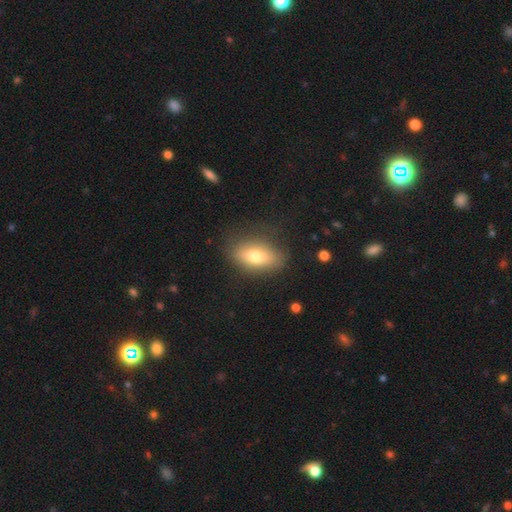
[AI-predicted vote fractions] smooth 71%, featured or disk 20%, star or artifact 8%. Down the decision tree: how rounded — in between (84%); merging — none (79%).